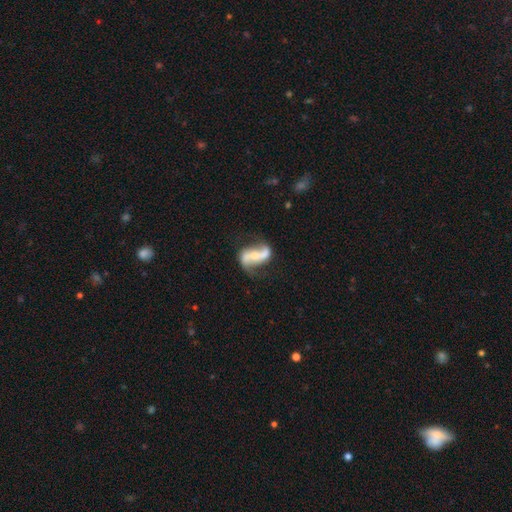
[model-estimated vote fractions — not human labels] Smooth or featured: featured or disk — 81% (smooth — 13%)
Edge-on disk: no — 95% (yes — 5%)
Bar: strong — 39% (no — 34%)
Spiral arms: yes — 92% (no — 8%)
Spiral winding: loose — 73% (medium — 21%)
Spiral arm count: 2 — 92% (can't tell — 3%)
Bulge size: small — 48% (moderate — 41%)
Merging: none — 64% (minor disturbance — 19%)